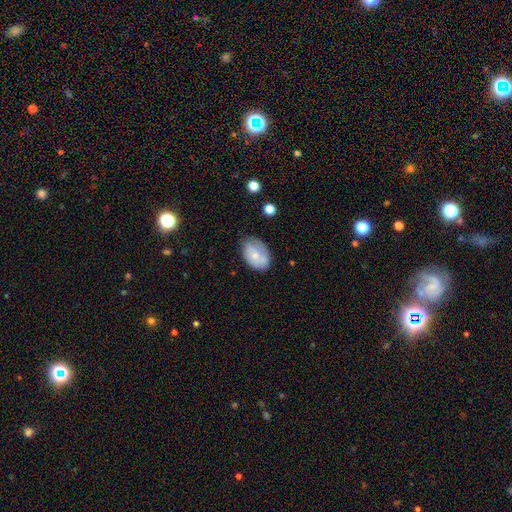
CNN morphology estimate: Smooth or featured?
  - smooth: 62% *
  - featured or disk: 31%
  - star or artifact: 7%
How rounded?
  - in between: 86% *
  - round: 13%
  - cigar-shaped: 1%
Merging?
  - none: 58% *
  - minor disturbance: 29%
  - major disturbance: 8%
  - merger: 5%